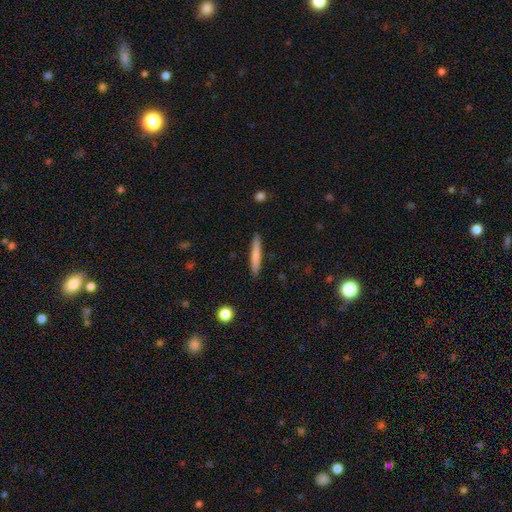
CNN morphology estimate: Q: Smooth or featured?
A: smooth (71%); runner-up: featured or disk (24%)
Q: How rounded?
A: cigar-shaped (95%); runner-up: in between (3%)
Q: Merging?
A: none (90%); runner-up: minor disturbance (7%)